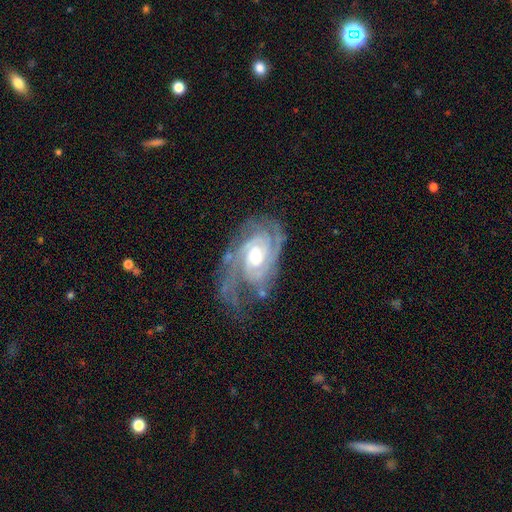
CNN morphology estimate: Smooth or featured? featured or disk (90%)
Edge-on disk? no (96%)
Bar? no (57%)
Spiral arms? yes (98%)
Spiral winding? tight (67%)
Spiral arm count? 3 (28%)
Bulge size? moderate (58%)
Merging? none (58%)